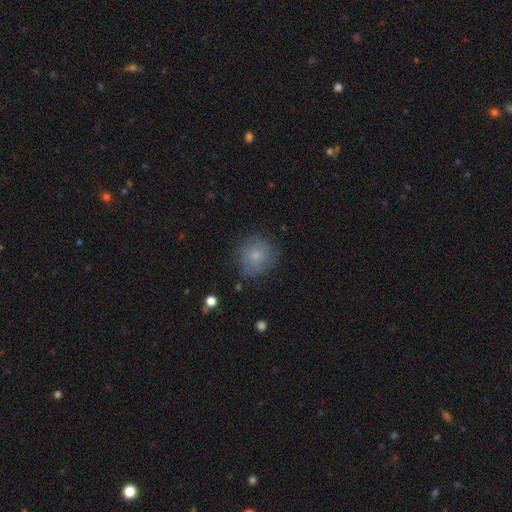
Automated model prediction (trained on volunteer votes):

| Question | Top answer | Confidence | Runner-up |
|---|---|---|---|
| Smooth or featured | smooth | 76% | featured or disk (15%) |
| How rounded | round | 90% | in between (9%) |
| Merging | none | 77% | minor disturbance (16%) |